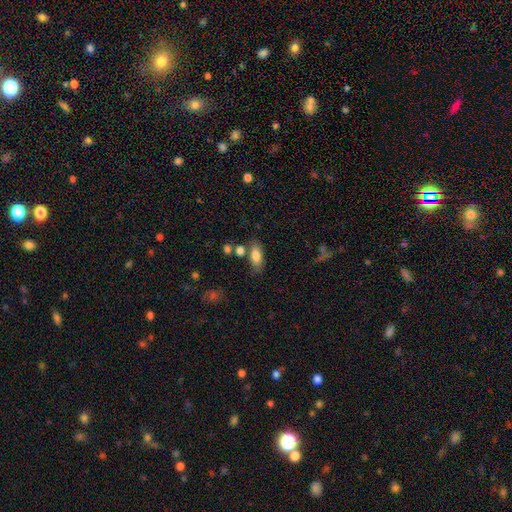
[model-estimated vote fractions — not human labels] A smooth galaxy with no disk features (82%) that is in between round and cigar-shaped (84%). Merging: none (70%).